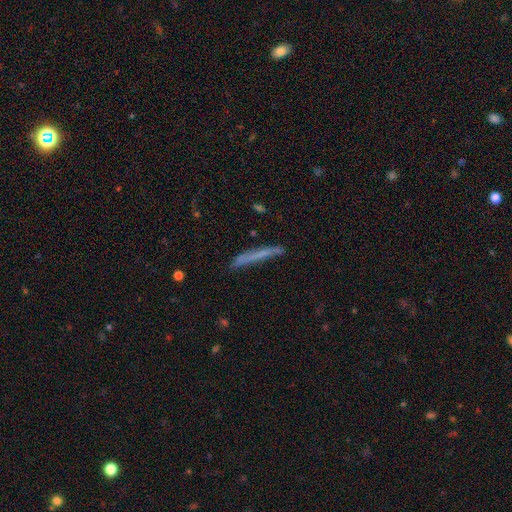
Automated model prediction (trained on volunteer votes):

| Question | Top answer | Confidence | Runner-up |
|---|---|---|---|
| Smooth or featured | smooth | 58% | featured or disk (32%) |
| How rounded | cigar-shaped | 96% | in between (3%) |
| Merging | none | 81% | minor disturbance (14%) |